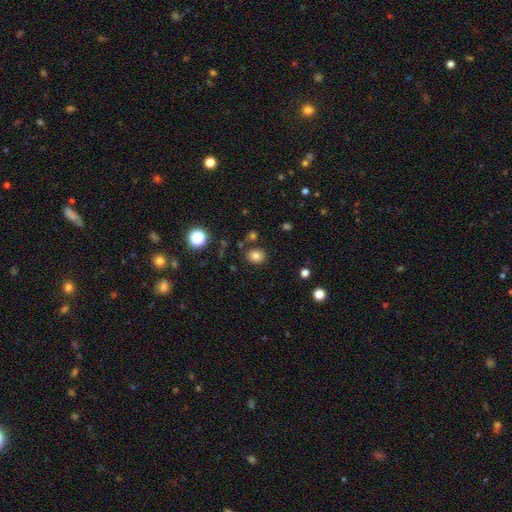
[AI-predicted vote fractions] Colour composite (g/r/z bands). It shows a smooth galaxy with no disk features (79%) that is round (63%). Merging: none (82%).